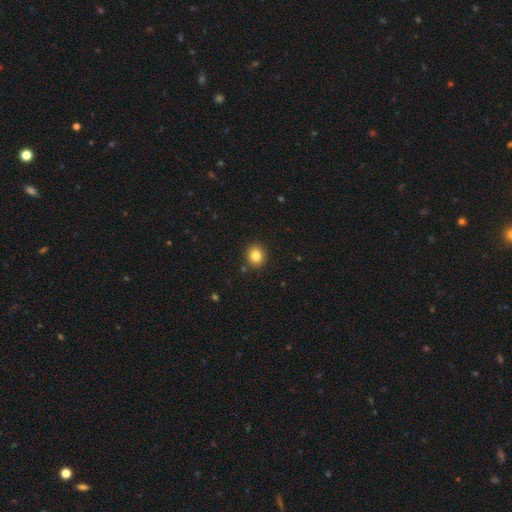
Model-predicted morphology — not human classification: A smooth galaxy with no disk features (84%) that is round (72%).

Vote fractions:
- Smooth or featured? smooth: 84% / star or artifact: 10% / featured or disk: 6%
- How rounded? round: 72% / in between: 27% / cigar-shaped: 1%
- Merging? none: 89% / minor disturbance: 7% / major disturbance: 2% / merger: 2%